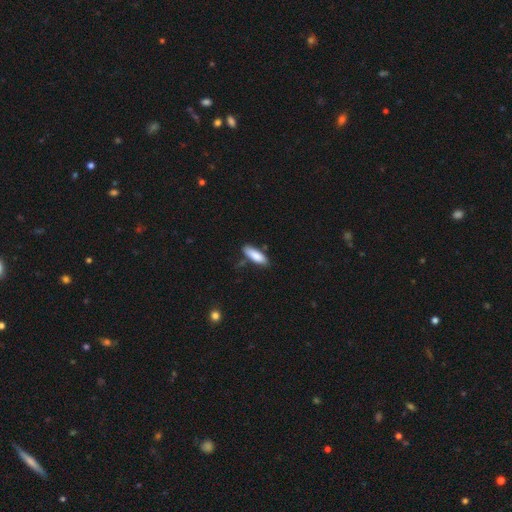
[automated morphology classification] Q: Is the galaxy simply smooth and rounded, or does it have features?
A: smooth — 86%.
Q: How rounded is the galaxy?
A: in between — 56%.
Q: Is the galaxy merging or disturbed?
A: none — 73%.